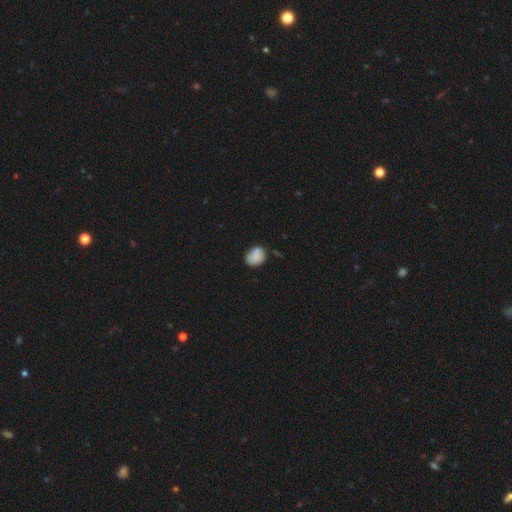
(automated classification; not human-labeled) Q: Smooth or featured?
A: smooth (81%); runner-up: featured or disk (10%)
Q: How rounded?
A: in between (58%); runner-up: round (41%)
Q: Merging?
A: none (64%); runner-up: minor disturbance (26%)